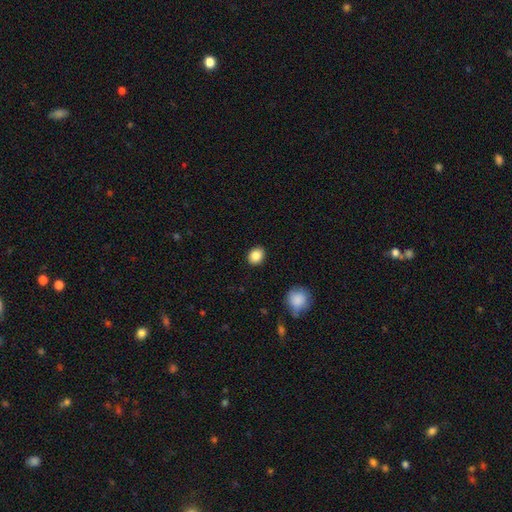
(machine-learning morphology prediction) Smooth or featured? smooth (86%)
How rounded? round (54%)
Merging? none (90%)